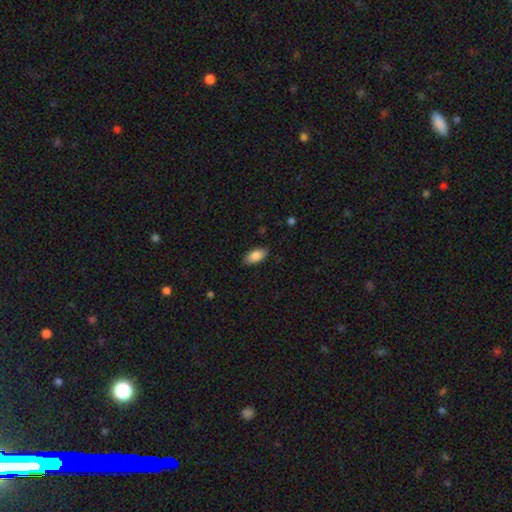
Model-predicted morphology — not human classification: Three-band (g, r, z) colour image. It shows a smooth galaxy with no disk features (86%) that is in between round and cigar-shaped (92%). Merging: none (87%).